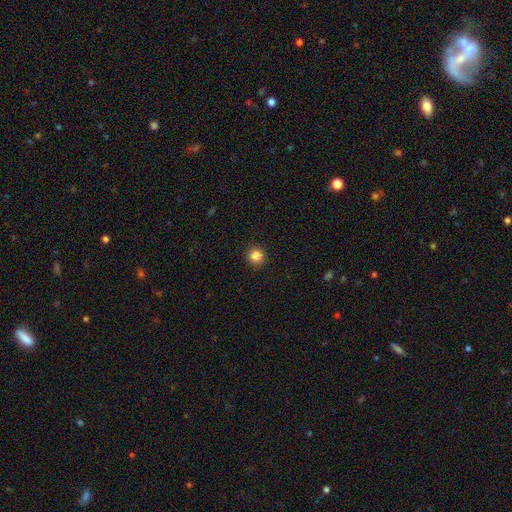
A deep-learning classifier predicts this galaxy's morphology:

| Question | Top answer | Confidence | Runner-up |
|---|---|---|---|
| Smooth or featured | smooth | 85% | star or artifact (11%) |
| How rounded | round | 94% | in between (5%) |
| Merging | none | 92% | minor disturbance (5%) |